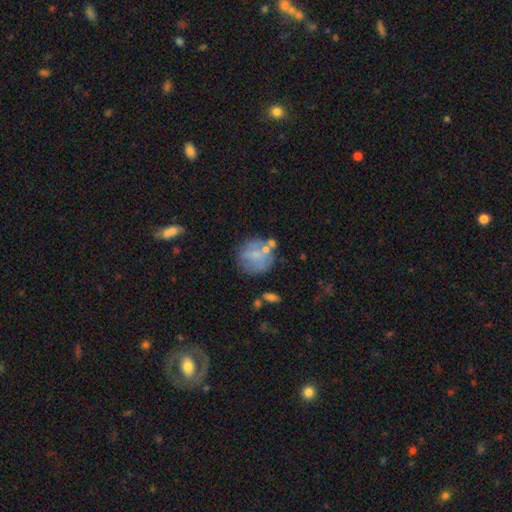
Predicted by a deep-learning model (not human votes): Smooth or featured?
  - smooth: 56% *
  - featured or disk: 34%
  - star or artifact: 10%
How rounded?
  - round: 84% *
  - in between: 14%
  - cigar-shaped: 1%
Merging?
  - none: 58% *
  - minor disturbance: 21%
  - merger: 11%
  - major disturbance: 11%